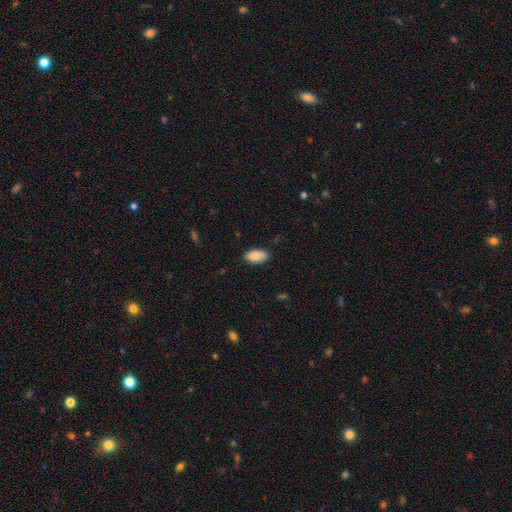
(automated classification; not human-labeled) smooth-or-featured: smooth: 86% | featured or disk: 7% | star or artifact: 7%
  how-rounded: in between: 95% | round: 3% | cigar-shaped: 2%
  merging: none: 84% | minor disturbance: 13% | major disturbance: 2% | merger: 1%